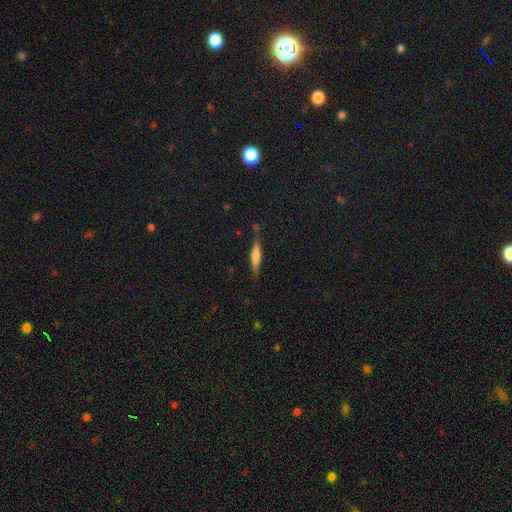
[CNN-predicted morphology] Smooth or featured: smooth — 51% (featured or disk — 42%)
How rounded: cigar-shaped — 84% (in between — 14%)
Merging: none — 78% (minor disturbance — 15%)